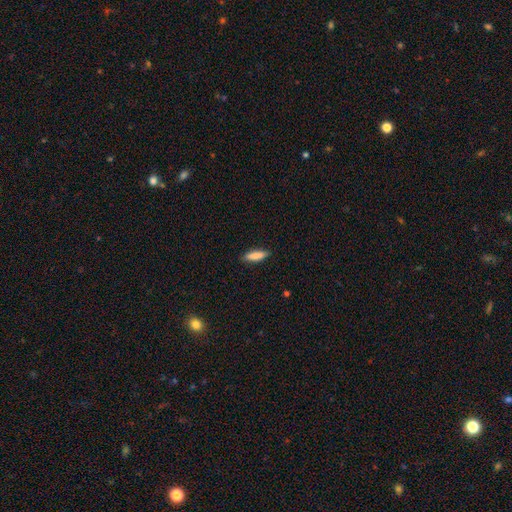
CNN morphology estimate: This appears to be a smooth galaxy with no disk features (85%) that is cigar-shaped (67%). Merging: none (88%).